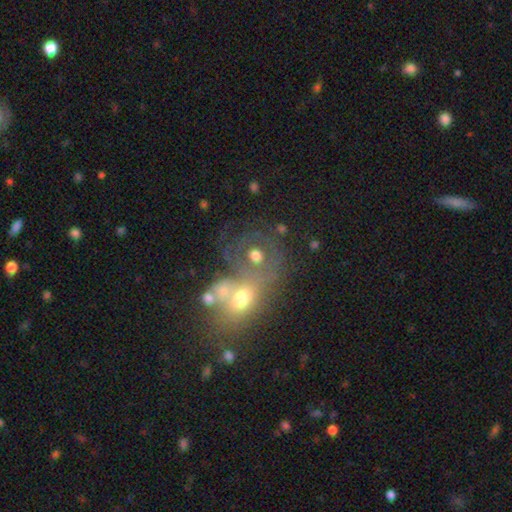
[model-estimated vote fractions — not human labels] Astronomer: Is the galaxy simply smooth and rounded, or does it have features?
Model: smooth — 47% (runner-up: featured or disk, 38%).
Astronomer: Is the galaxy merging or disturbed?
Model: merger — 47% (runner-up: none, 33%).